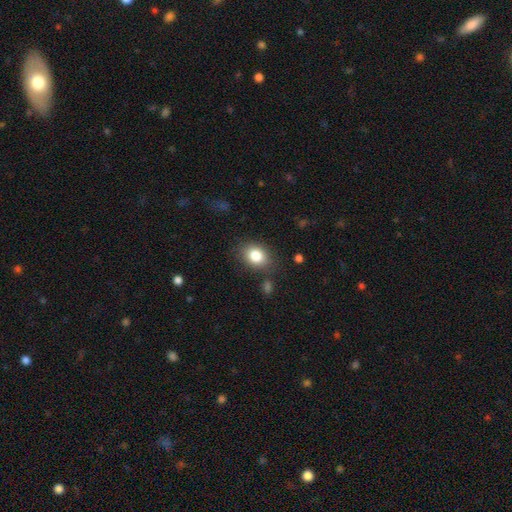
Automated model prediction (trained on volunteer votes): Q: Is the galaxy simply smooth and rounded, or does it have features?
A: smooth — 84%.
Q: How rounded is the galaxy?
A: in between — 66%.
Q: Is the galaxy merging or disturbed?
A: none — 79%.